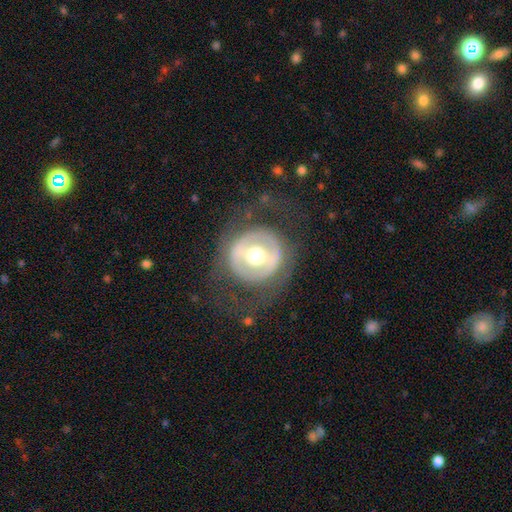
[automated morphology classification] The model was most divided on "bar": no: 39%, strong: 32%, weak: 29%. More confident: edge-on disk — no (95%); spiral arms — no (80%); bulge size — moderate (71%); merging — none (69%); smooth or featured — featured or disk (63%).